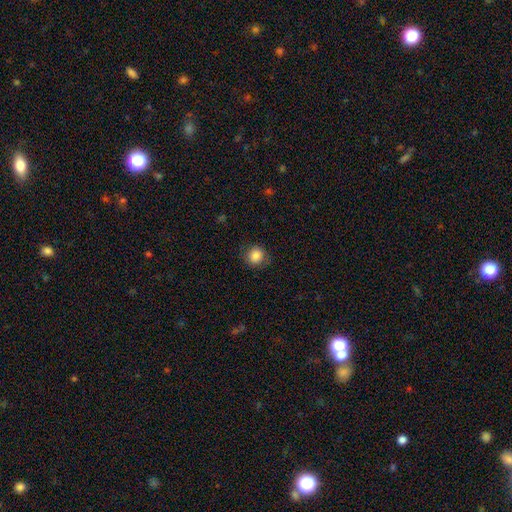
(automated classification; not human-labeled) Smooth or featured? Predicted: smooth (p=0.84). How rounded? Predicted: round (p=0.88). Merging? Predicted: none (p=0.81).